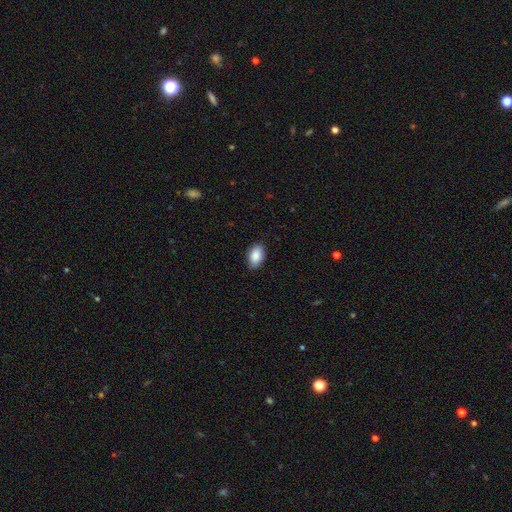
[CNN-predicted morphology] A smooth galaxy with no disk features (88%) that is in between round and cigar-shaped (92%). Merging: none (86%).